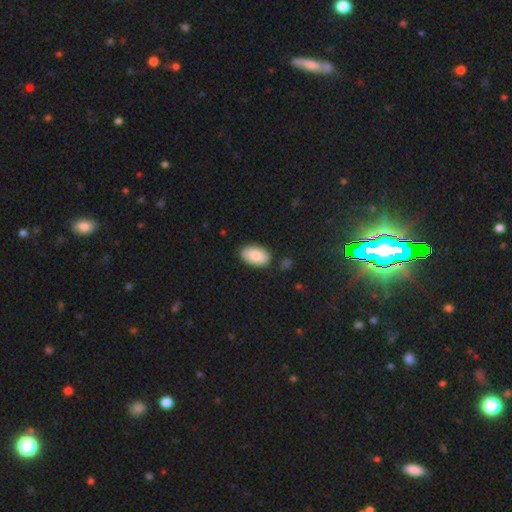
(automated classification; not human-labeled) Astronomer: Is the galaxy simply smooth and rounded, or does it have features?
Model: smooth — 85%.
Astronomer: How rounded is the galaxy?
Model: in between — 93%.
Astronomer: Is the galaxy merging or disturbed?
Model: none — 84%.